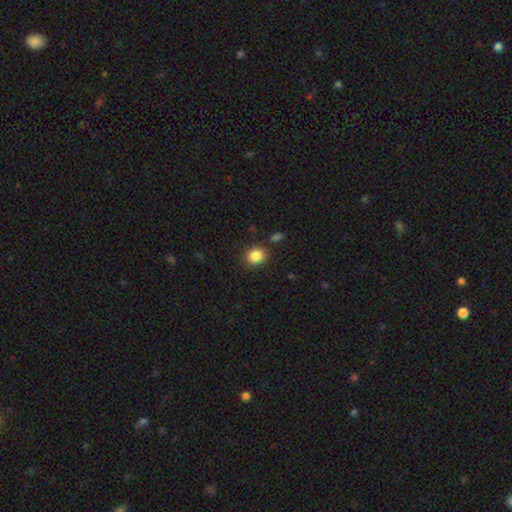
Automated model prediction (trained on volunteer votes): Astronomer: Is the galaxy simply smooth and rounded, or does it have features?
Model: smooth — 86%.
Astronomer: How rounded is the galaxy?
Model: round — 61% (runner-up: in between, 38%).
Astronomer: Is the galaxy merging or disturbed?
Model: none — 85%.